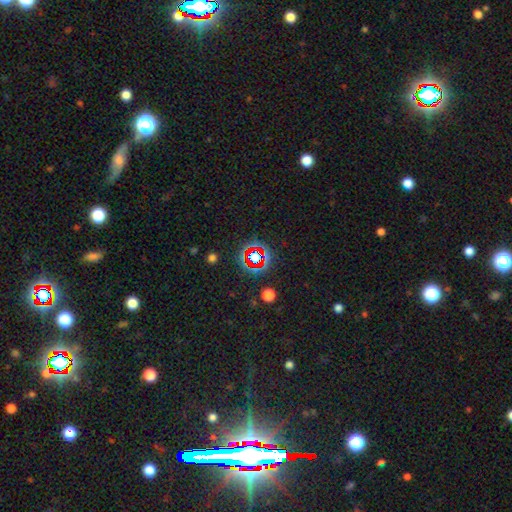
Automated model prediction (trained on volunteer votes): A star or artifact, not a galaxy (72%).